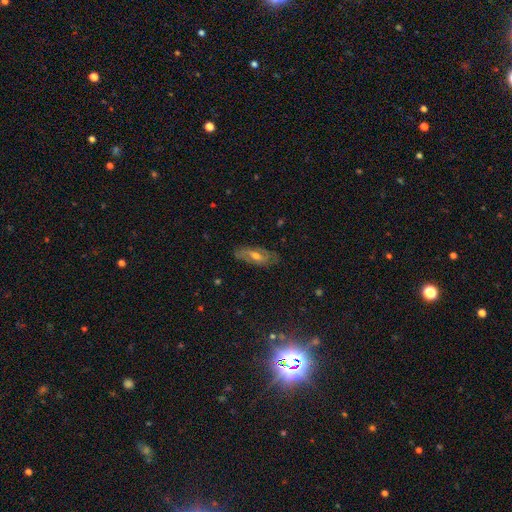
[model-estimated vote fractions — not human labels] Overall: featured or disk (58%; smooth 29%). Edge-on disk: no (75%). Merging: none (79%).